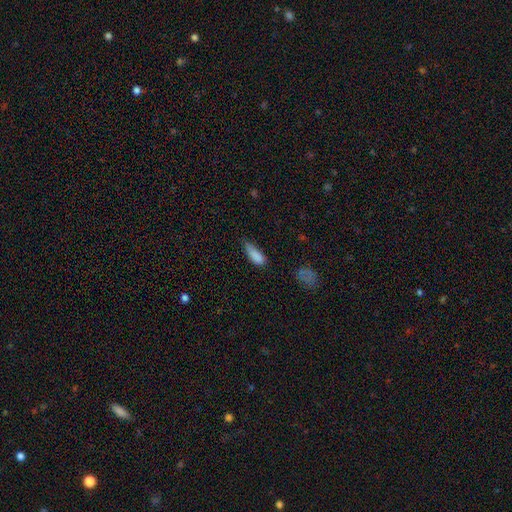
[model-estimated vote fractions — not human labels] Smooth or featured?
  - smooth: 84% *
  - star or artifact: 8%
  - featured or disk: 8%
How rounded?
  - in between: 66% *
  - cigar-shaped: 31%
  - round: 3%
Merging?
  - minor disturbance: 43% *
  - none: 39%
  - major disturbance: 15%
  - merger: 4%